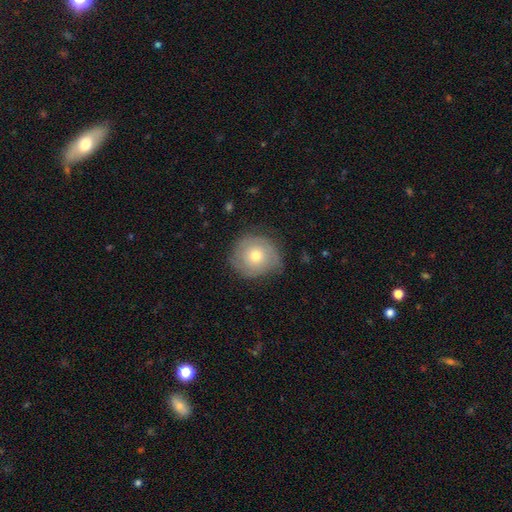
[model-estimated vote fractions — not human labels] This appears to be a smooth galaxy with no disk features (55%) that is round (86%). Merging: none (72%).